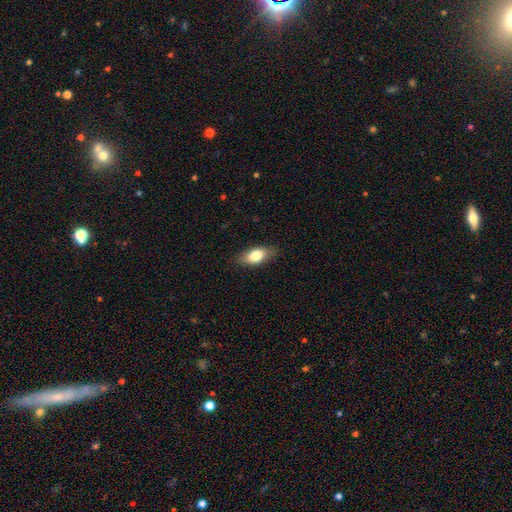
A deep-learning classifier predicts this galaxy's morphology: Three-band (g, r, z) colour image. It shows a smooth galaxy with no disk features (79%) that is in between round and cigar-shaped (87%). Merging: none (83%).